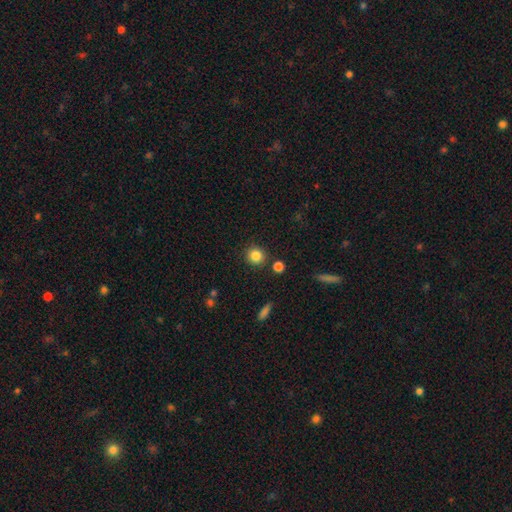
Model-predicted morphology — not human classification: The model was most divided on "smooth or featured": smooth: 85%, star or artifact: 10%, featured or disk: 5%. More confident: how rounded — round (88%); merging — none (85%).